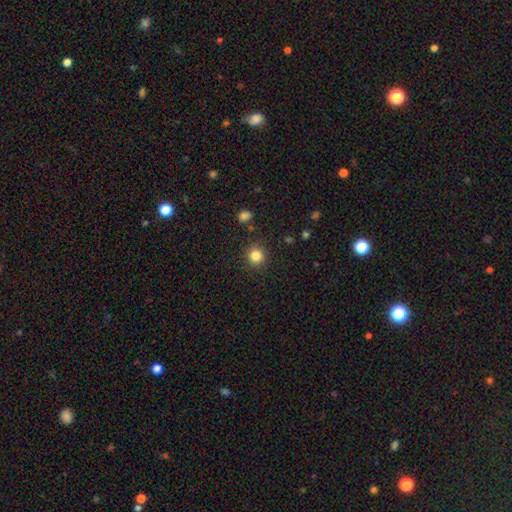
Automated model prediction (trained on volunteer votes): This appears to be a smooth galaxy with no disk features (83%) that is round (93%). Merging: none (88%).